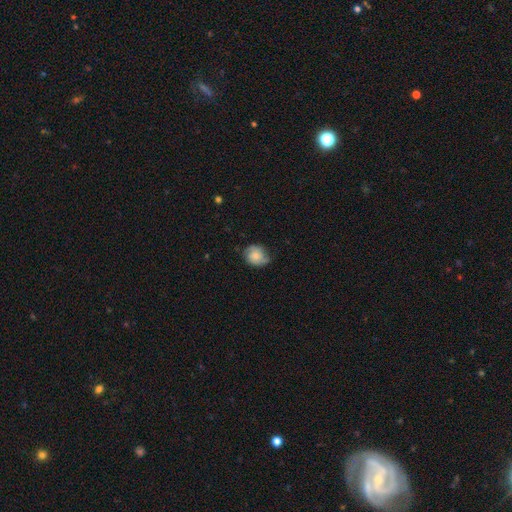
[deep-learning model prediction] Smooth or featured? Predicted: featured or disk (p=0.48). Merging? Predicted: none (p=0.63).